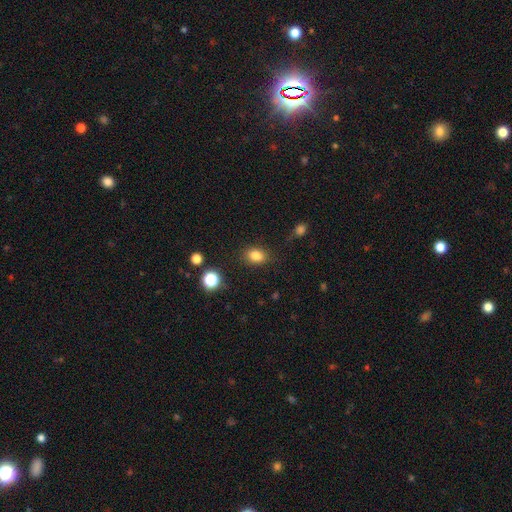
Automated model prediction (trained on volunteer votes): smooth-or-featured: smooth: 83% | star or artifact: 11% | featured or disk: 6%
  how-rounded: in between: 72% | round: 26% | cigar-shaped: 1%
  merging: none: 83% | minor disturbance: 11% | major disturbance: 4% | merger: 2%